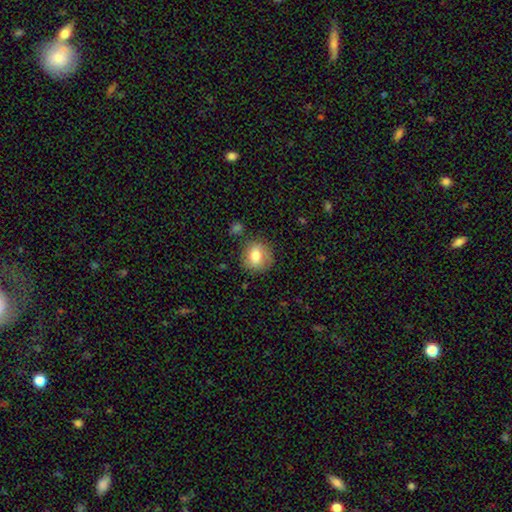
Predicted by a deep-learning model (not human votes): Smooth or featured? smooth (75%)
How rounded? round (82%)
Merging? none (75%)